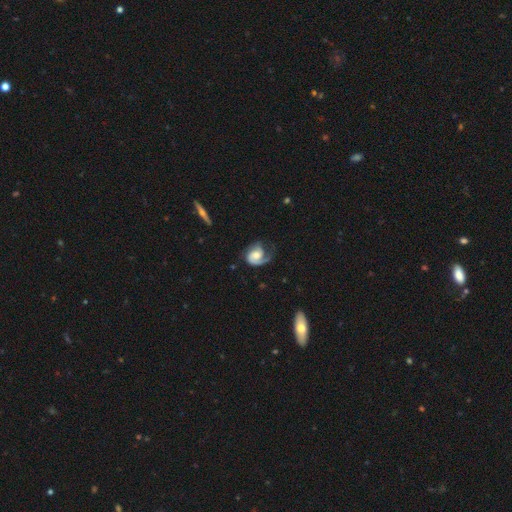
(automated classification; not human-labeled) smooth-or-featured: featured or disk: 79% | smooth: 16% | star or artifact: 6%
  disk-edge-on: no: 98% | yes: 2%
    bar: no: 60% | weak: 32% | strong: 8%
    has-spiral-arms: yes: 95% | no: 5%
      spiral-winding: medium: 41% | tight: 39% | loose: 20%
      spiral-arm-count: 1: 48% | 2: 44% | can't tell: 5% | 3: 1% | 4: 1% | more than 4: 1%
    bulge-size: moderate: 49% | small: 22% | large: 20% | none: 7% | dominant: 2%
  merging: none: 52% | minor disturbance: 24% | major disturbance: 23% | merger: 2%